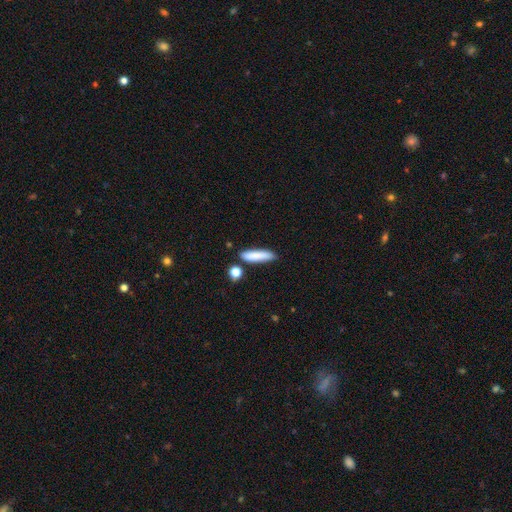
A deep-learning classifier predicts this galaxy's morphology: A smooth galaxy with no disk features (84%) that is cigar-shaped (76%).

Vote fractions:
- Smooth or featured? smooth: 84% / featured or disk: 10% / star or artifact: 7%
- How rounded? cigar-shaped: 76% / in between: 21% / round: 2%
- Merging? none: 79% / minor disturbance: 13% / merger: 6% / major disturbance: 3%